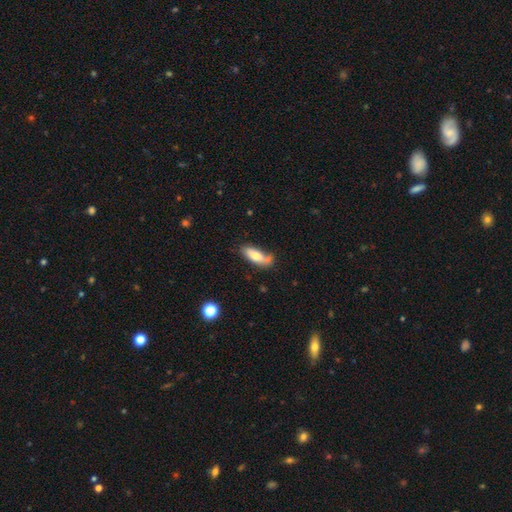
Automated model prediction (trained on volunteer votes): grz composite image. It shows a smooth galaxy with no disk features (71%) that is in between round and cigar-shaped (69%). Merging: none (57%).